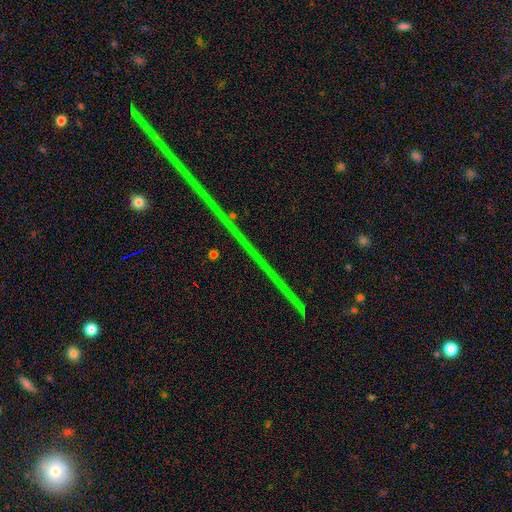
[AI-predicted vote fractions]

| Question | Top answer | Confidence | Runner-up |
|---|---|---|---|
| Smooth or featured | star or artifact | 85% | featured or disk (9%) |